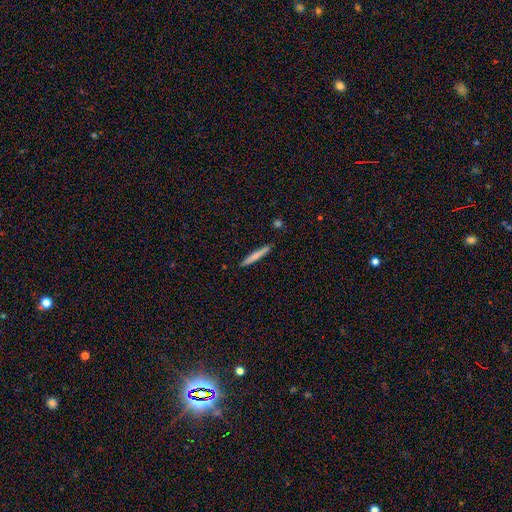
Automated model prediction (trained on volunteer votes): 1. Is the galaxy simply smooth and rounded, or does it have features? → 71% smooth, 24% featured or disk, 6% star or artifact.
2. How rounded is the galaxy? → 96% cigar-shaped, 3% in between, 1% round.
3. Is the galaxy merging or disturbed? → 90% none, 7% minor disturbance, 2% merger, 1% major disturbance.